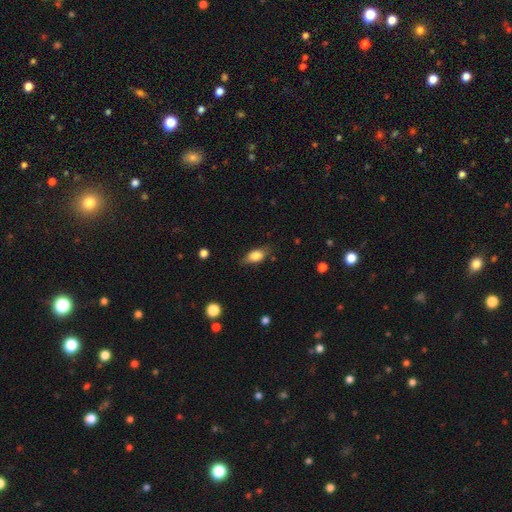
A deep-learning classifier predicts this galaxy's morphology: This appears to be a smooth galaxy with no disk features (79%) that is in between round and cigar-shaped (84%). Merging: none (75%).